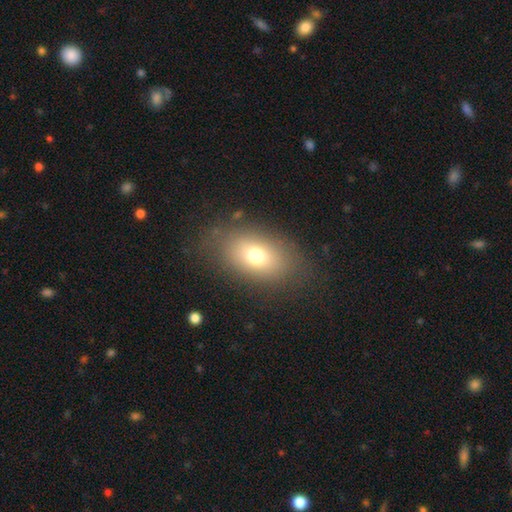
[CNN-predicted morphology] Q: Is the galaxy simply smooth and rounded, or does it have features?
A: smooth — 72%.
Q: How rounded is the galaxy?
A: in between — 81%.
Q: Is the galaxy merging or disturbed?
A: none — 78%.